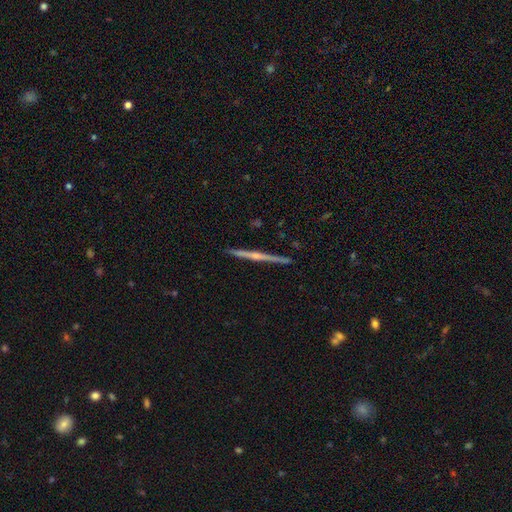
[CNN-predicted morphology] smooth-or-featured: featured or disk: 64% | smooth: 23% | star or artifact: 13%
  disk-edge-on: yes: 94% | no: 6%
    edge-on-bulge: rounded: 53% | none: 36% | boxy: 11%
  merging: none: 86% | minor disturbance: 8% | major disturbance: 3% | merger: 3%